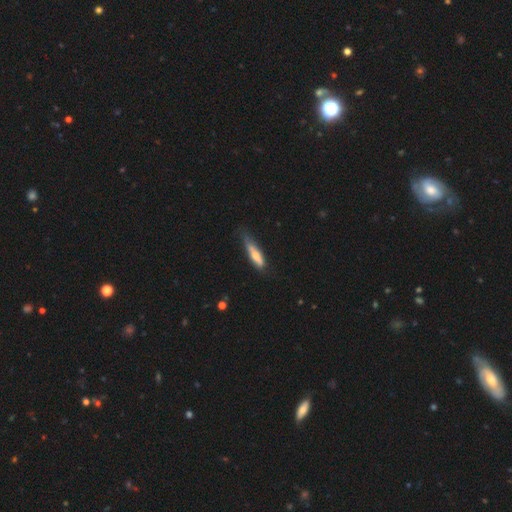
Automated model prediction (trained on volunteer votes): smooth 60%, featured or disk 34%, star or artifact 6%. Down the decision tree: how rounded — cigar-shaped (73%); merging — none (51%).